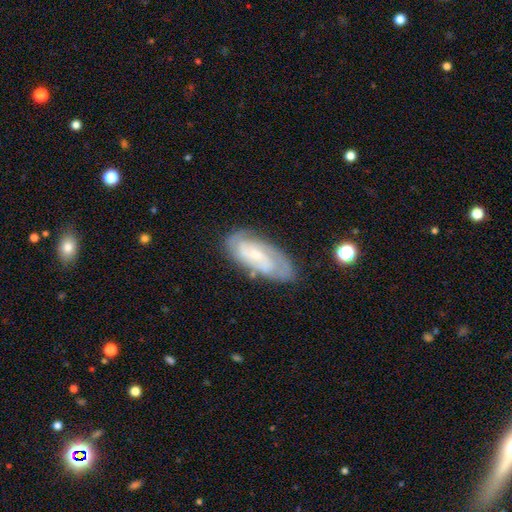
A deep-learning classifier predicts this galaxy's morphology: A featured or disk galaxy (76%) with no bar (47%), 2 (51%) tight (56%) spiral arms (93%) and a small central bulge (65%).

Vote fractions:
- Smooth or featured? featured or disk: 76% / smooth: 18% / star or artifact: 6%
- Edge-on disk? no: 93% / yes: 7%
- Bar? no: 47% / weak: 41% / strong: 12%
- Spiral arms? yes: 93% / no: 7%
- Spiral winding? tight: 56% / medium: 35% / loose: 9%
- Spiral arm count? 2: 51% / can't tell: 28% / 3: 11% / 1: 4% / 4: 3% / more than 4: 2%
- Bulge size? small: 65% / moderate: 24% / none: 7% / large: 2% / dominant: 1%
- Merging? none: 73% / minor disturbance: 19% / major disturbance: 6% / merger: 2%